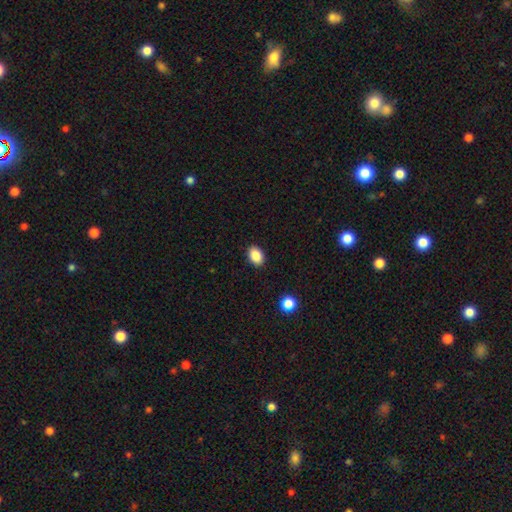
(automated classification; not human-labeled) Overall: smooth (87%). How rounded: in between (83%). Merging: none (89%).